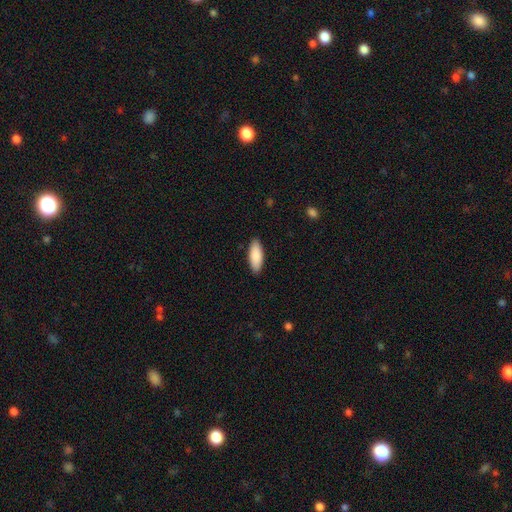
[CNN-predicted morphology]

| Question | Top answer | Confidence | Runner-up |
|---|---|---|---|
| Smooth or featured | smooth | 88% | featured or disk (7%) |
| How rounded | in between | 74% | cigar-shaped (25%) |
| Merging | none | 90% | minor disturbance (8%) |